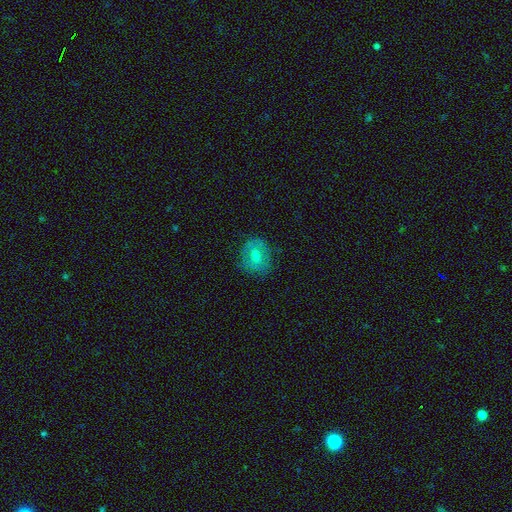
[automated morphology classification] This is possibly a smooth galaxy (59%). How rounded: likely round (71%). Merging: likely none (78%).